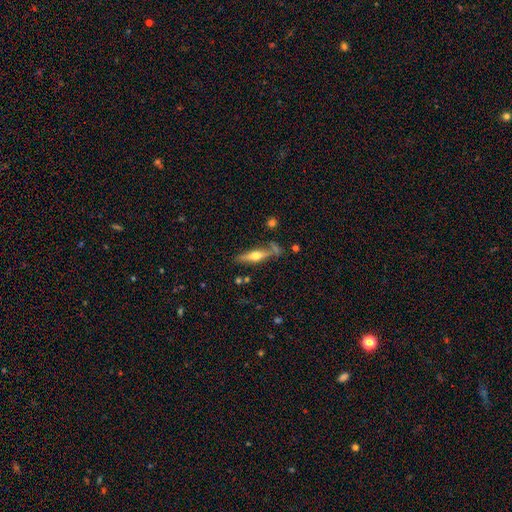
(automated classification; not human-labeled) smooth_or_featured: featured or disk (p=0.57) [alt: smooth p=0.37]
disk_edge_on: yes (p=0.92) [alt: no p=0.08]
edge_on_bulge: rounded (p=0.92) [alt: boxy p=0.04]
merging: none (p=0.71) [alt: minor disturbance p=0.16]